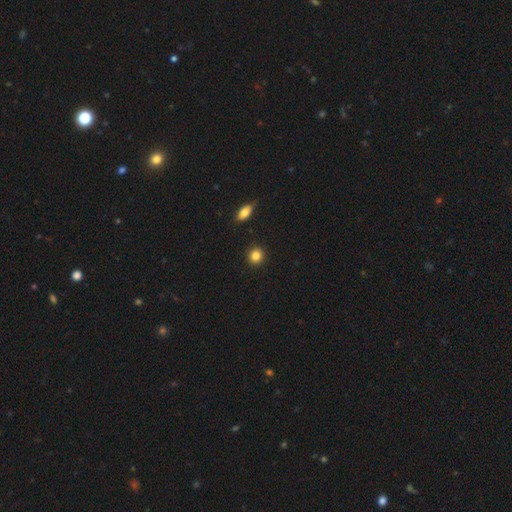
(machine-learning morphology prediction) A smooth galaxy with no disk features (86%) that is round (90%). Merging: none (92%).